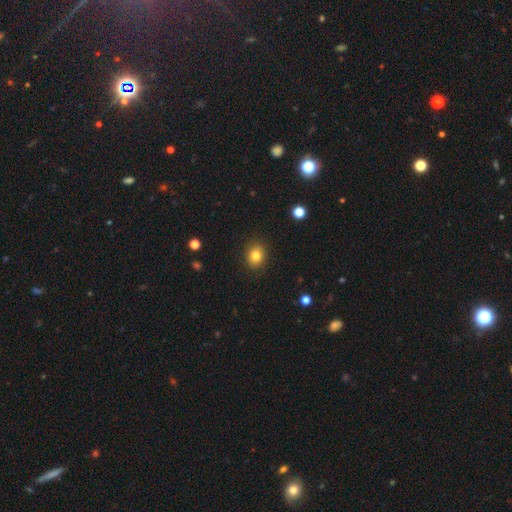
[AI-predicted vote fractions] A smooth galaxy with no disk features (82%) that is round (63%). Merging: none (89%).